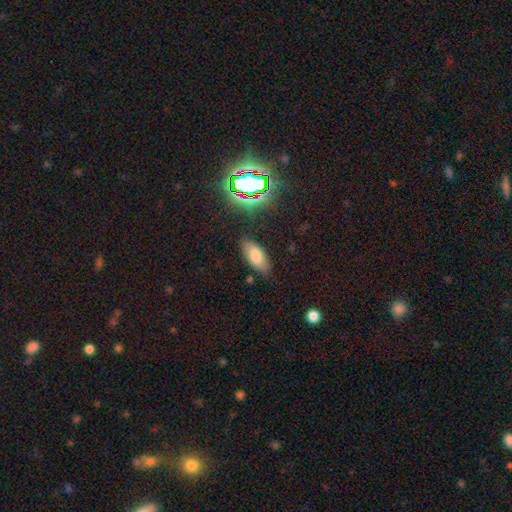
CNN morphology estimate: type=smooth (75%); roundness=in between (89%); merging=none (80%).